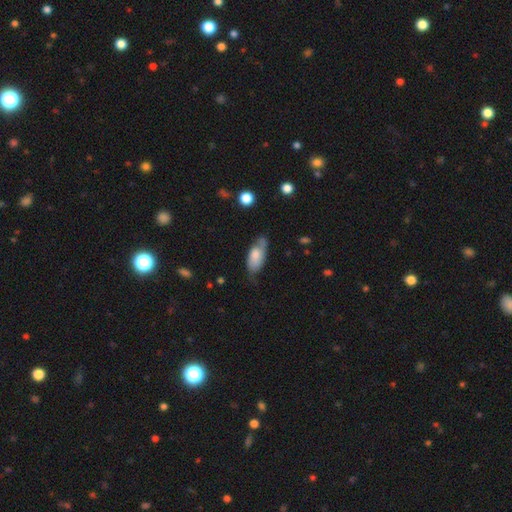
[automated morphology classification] This is likely a smooth galaxy (66%). How rounded: clearly in between (87%). Merging: possibly none (49%).